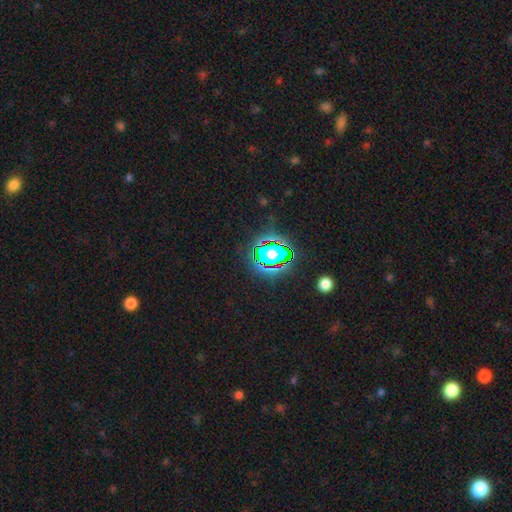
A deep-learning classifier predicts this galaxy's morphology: This appears to be a star or artifact, not a galaxy (80%).